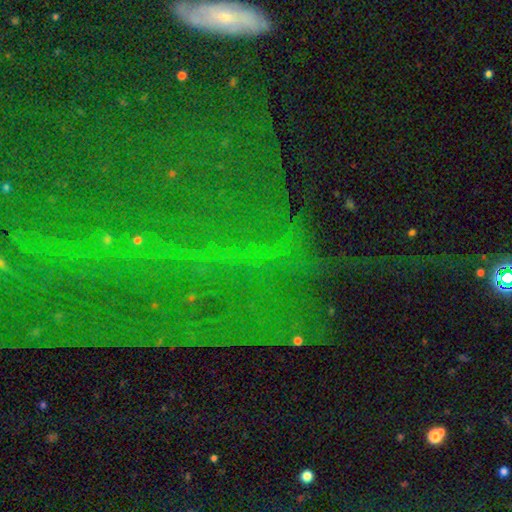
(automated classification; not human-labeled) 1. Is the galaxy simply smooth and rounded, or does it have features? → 73% star or artifact, 15% featured or disk, 13% smooth.